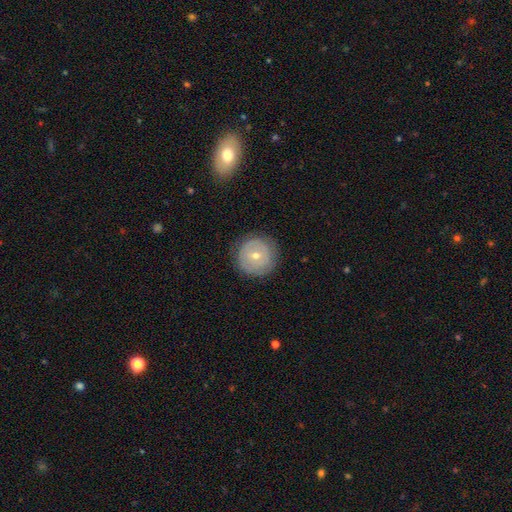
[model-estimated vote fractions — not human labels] This appears to be a featured or disk galaxy (51%). Merging: none (86%).